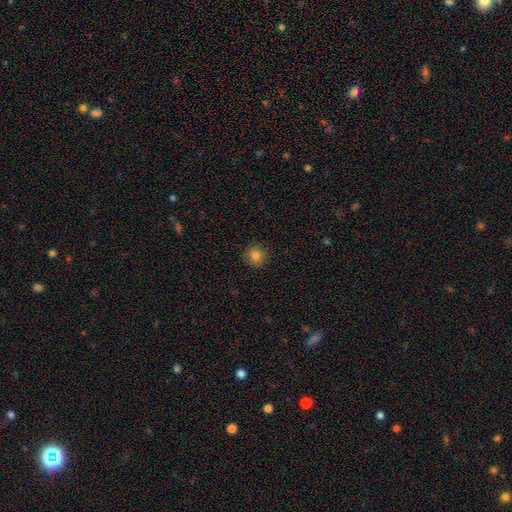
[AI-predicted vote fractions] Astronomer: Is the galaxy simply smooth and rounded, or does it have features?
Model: smooth — 82%.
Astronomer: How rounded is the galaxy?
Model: round — 93%.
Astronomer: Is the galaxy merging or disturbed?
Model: none — 90%.